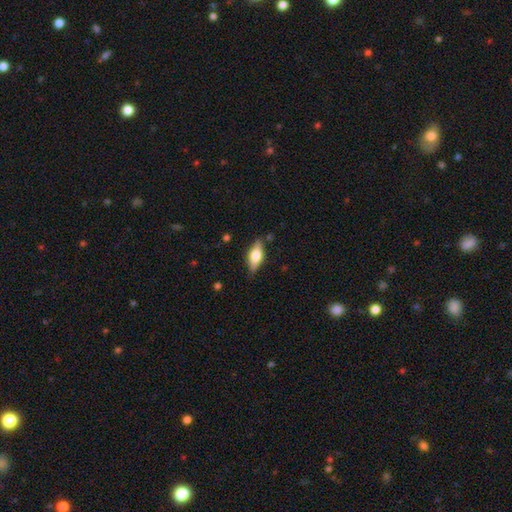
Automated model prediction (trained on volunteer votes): Smooth or featured: featured or disk — 47% (smooth — 46%)
Merging: none — 83% (minor disturbance — 13%)